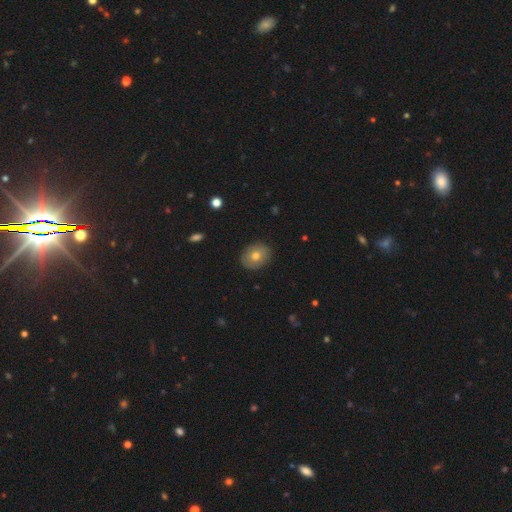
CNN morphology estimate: A smooth galaxy with no disk features (71%) that is in between round and cigar-shaped (51%).

Vote fractions:
- Smooth or featured? smooth: 71% / featured or disk: 21% / star or artifact: 9%
- How rounded? in between: 51% / round: 48% / cigar-shaped: 1%
- Merging? none: 88% / minor disturbance: 9% / major disturbance: 2% / merger: 1%